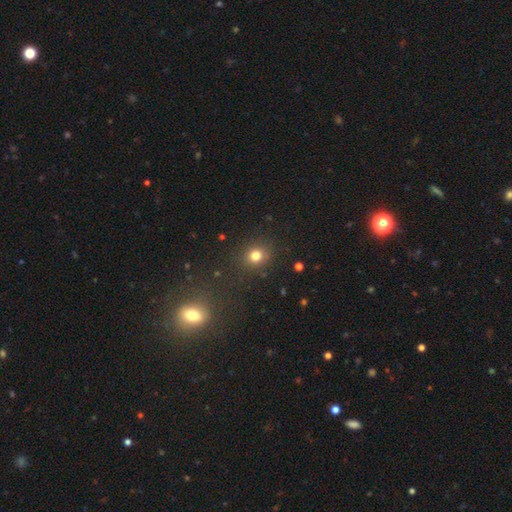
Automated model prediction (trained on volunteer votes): Overall: smooth (78%). How rounded: round (84%). Merging: none (86%).